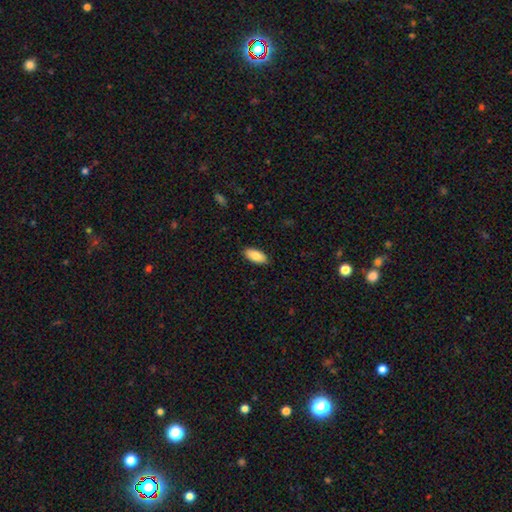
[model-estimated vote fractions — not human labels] This appears to be a smooth galaxy with no disk features (87%) that is in between round and cigar-shaped (89%). Merging: none (90%).